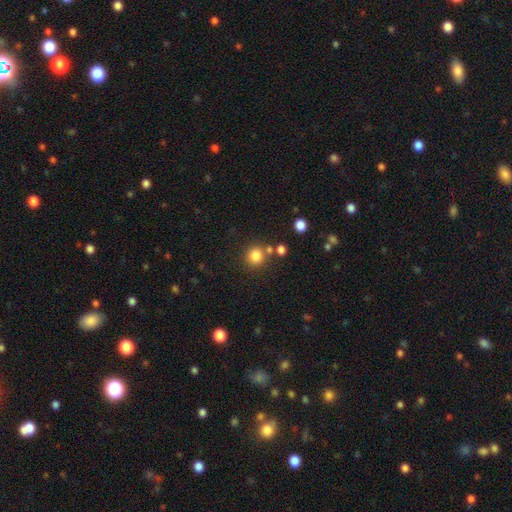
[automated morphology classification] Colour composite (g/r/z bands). It shows a smooth galaxy with no disk features (82%) that is round (90%). Merging: none (75%).